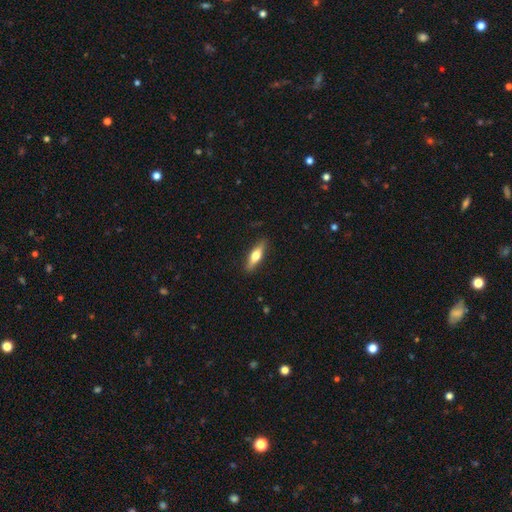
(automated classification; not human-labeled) Smooth or featured? Predicted: smooth (p=0.50). How rounded? Predicted: cigar-shaped (p=0.64). Merging? Predicted: none (p=0.88).